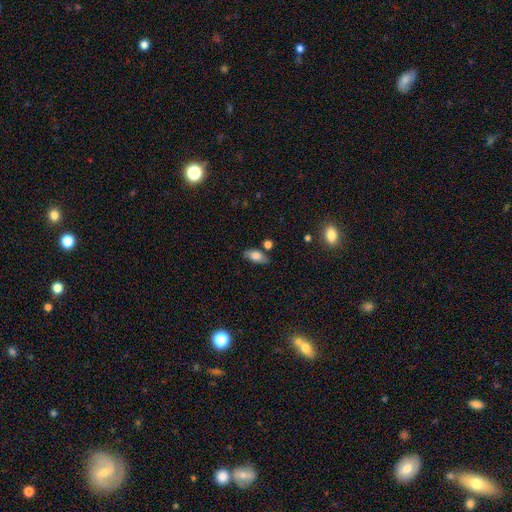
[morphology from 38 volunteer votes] Smooth or featured?
  - smooth: 76% *
  - featured or disk: 24%
  - star or artifact: 0%
How rounded?
  - in between: 97% *
  - cigar-shaped: 3%
  - round: 0%
Merging?
  - none: 71% *
  - minor disturbance: 24%
  - merger: 5%
  - major disturbance: 0%